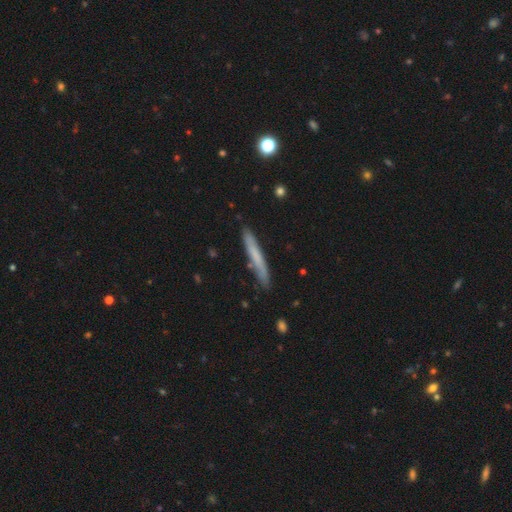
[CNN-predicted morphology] Overall: smooth (60%; featured or disk 33%). How rounded: cigar-shaped (95%). Merging: none (82%).